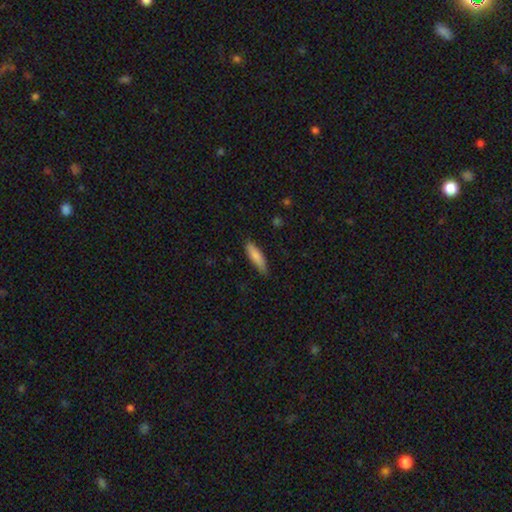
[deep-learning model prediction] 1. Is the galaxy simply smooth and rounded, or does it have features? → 83% smooth, 11% featured or disk, 6% star or artifact.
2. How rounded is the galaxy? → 61% cigar-shaped, 37% in between, 2% round.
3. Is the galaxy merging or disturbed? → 72% none, 23% minor disturbance, 3% major disturbance, 1% merger.